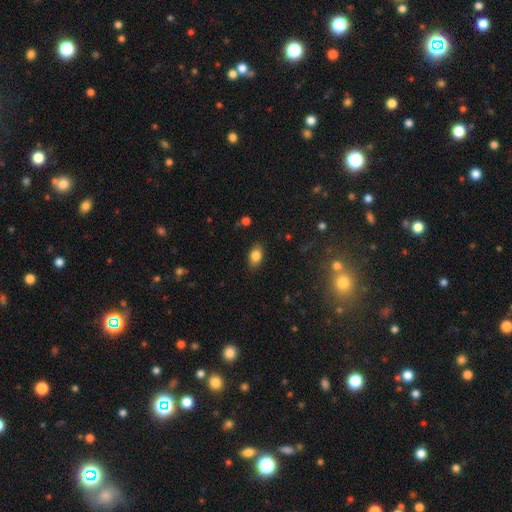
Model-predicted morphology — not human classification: Smooth or featured? Predicted: smooth (p=0.83). How rounded? Predicted: in between (p=0.87). Merging? Predicted: none (p=0.85).